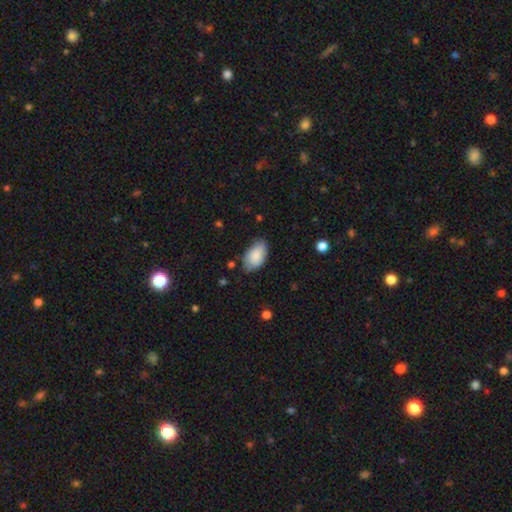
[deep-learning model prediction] This appears to be a smooth galaxy with no disk features (88%) that is in between round and cigar-shaped (94%). Merging: none (74%).